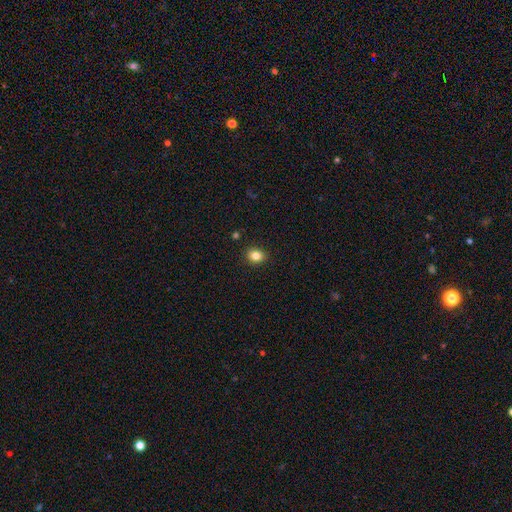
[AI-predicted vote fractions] Smooth or featured? Predicted: smooth (p=0.83). How rounded? Predicted: round (p=0.61). Merging? Predicted: none (p=0.90).